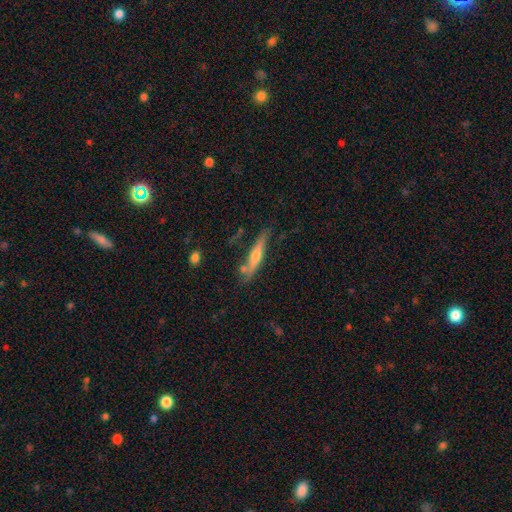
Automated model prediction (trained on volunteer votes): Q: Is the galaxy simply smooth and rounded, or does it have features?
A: featured or disk — 57%.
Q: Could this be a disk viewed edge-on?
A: yes — 91%.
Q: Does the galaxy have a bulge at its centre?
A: rounded — 83%.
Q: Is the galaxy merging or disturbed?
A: none — 70%.